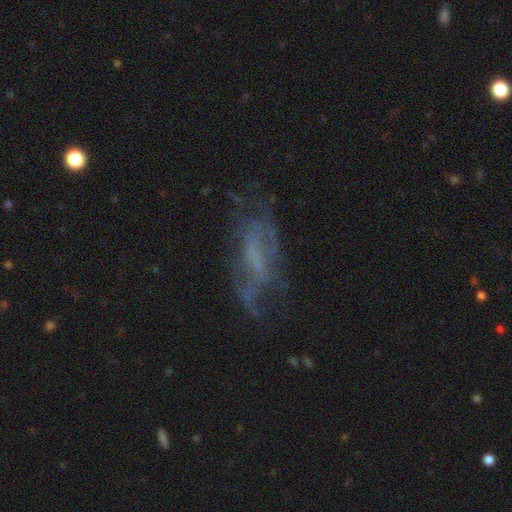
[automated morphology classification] Overall: featured or disk (61%; smooth 24%). Edge-on disk: no (87%). Bar: no (52%; weak 32%). Spiral arms: no (50%, tied with yes). Bulge size: none (61%; small 21%). Merging: none (51%; major disturbance 23%).